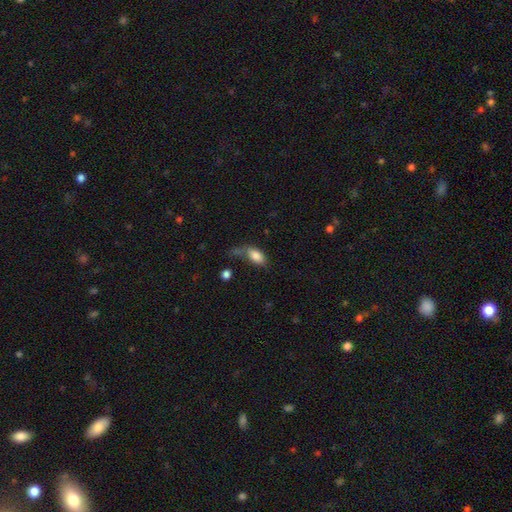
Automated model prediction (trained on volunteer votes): This appears to be a smooth galaxy with no disk features (84%) that is in between round and cigar-shaped (90%). Merging: none (40%).